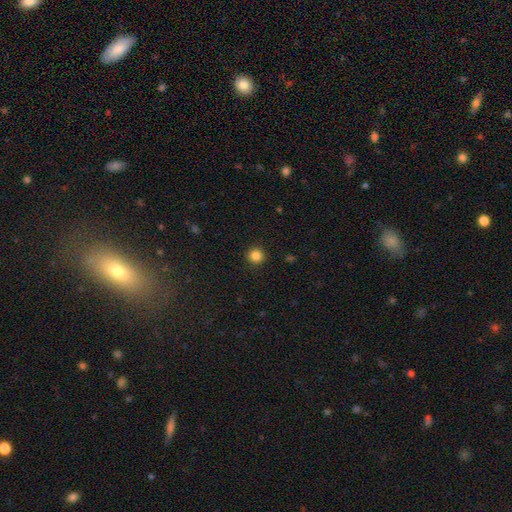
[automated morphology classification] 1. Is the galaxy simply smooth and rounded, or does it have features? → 85% smooth, 11% star or artifact, 3% featured or disk.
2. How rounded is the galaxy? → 94% round, 5% in between, 1% cigar-shaped.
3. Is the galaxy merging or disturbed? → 92% none, 5% minor disturbance, 2% major disturbance, 1% merger.